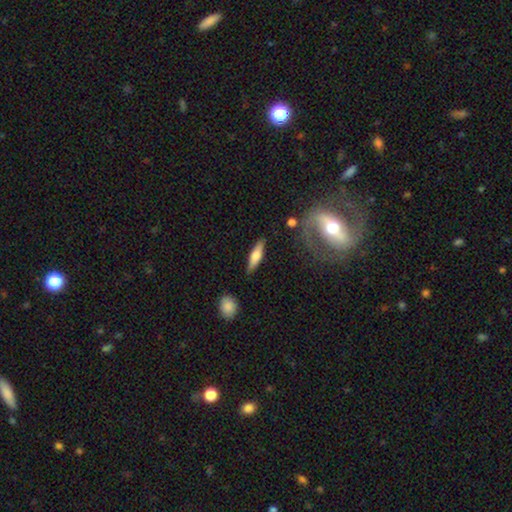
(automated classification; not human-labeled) Smooth or featured?
  - smooth: 56% *
  - featured or disk: 38%
  - star or artifact: 6%
How rounded?
  - cigar-shaped: 68% *
  - in between: 30%
  - round: 2%
Merging?
  - none: 85% *
  - minor disturbance: 10%
  - major disturbance: 3%
  - merger: 2%